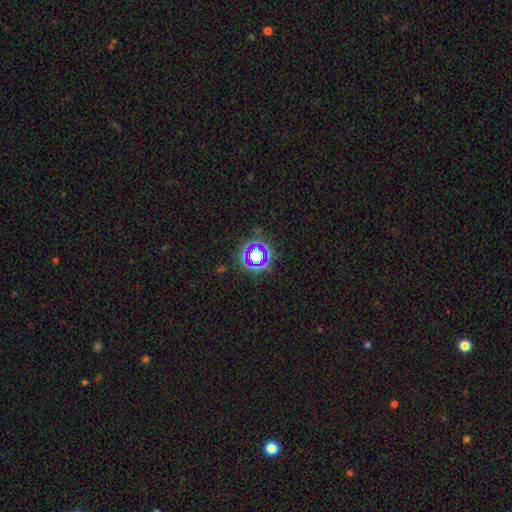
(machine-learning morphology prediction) Smooth or featured?
  - star or artifact: 59% *
  - smooth: 28%
  - featured or disk: 12%